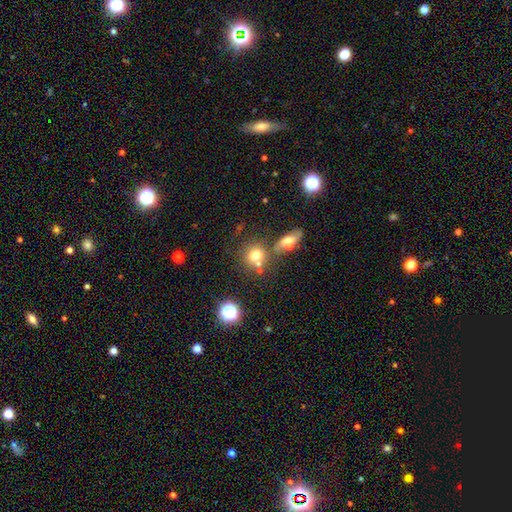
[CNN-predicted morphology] Smooth or featured: smooth — 72% (star or artifact — 16%)
How rounded: round — 86% (in between — 13%)
Merging: none — 61% (merger — 23%)